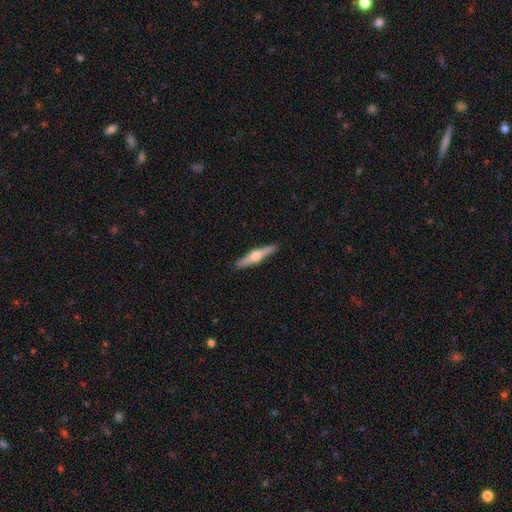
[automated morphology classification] Smooth or featured? Predicted: featured or disk (p=0.66). Edge-on disk? Predicted: yes (p=0.97). Edge-on bulge? Predicted: rounded (p=0.94). Merging? Predicted: none (p=0.91).